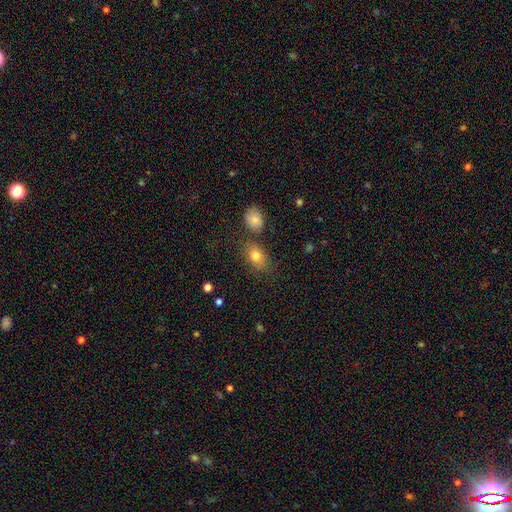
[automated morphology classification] Smooth or featured? smooth (80%)
How rounded? in between (80%)
Merging? none (71%)